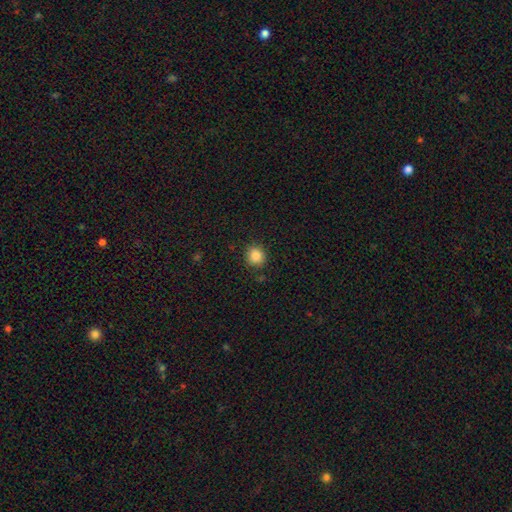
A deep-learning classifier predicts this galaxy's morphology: Smooth or featured?
  - smooth: 86% *
  - star or artifact: 10%
  - featured or disk: 4%
How rounded?
  - round: 88% *
  - in between: 11%
  - cigar-shaped: 1%
Merging?
  - none: 88% *
  - minor disturbance: 8%
  - major disturbance: 2%
  - merger: 1%